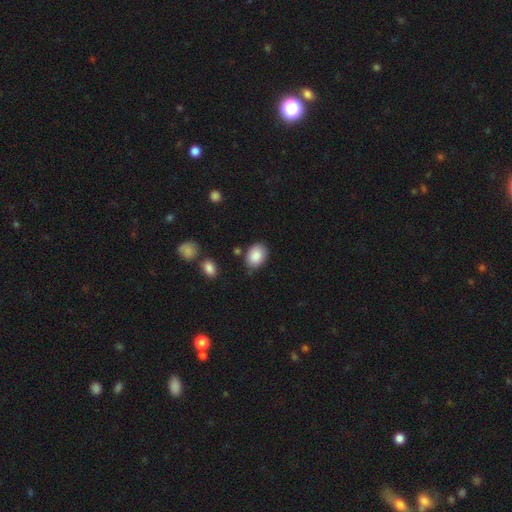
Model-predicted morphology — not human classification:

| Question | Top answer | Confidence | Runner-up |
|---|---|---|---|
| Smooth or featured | smooth | 88% | star or artifact (7%) |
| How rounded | in between | 74% | round (25%) |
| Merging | none | 73% | minor disturbance (19%) |